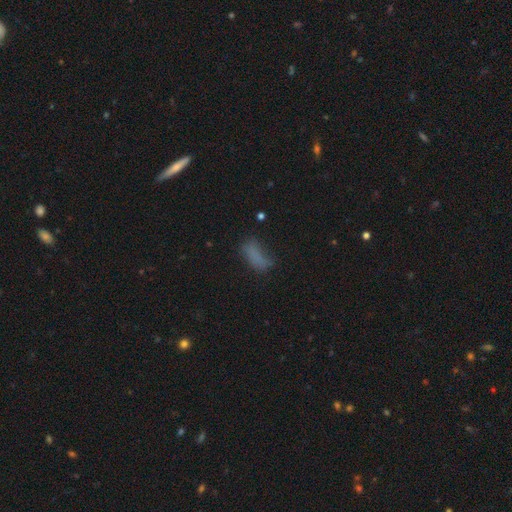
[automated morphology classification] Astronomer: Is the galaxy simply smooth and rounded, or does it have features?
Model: smooth — 72%.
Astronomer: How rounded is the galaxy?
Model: in between — 73%.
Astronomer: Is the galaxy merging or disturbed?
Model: none — 47% (runner-up: minor disturbance, 27%).